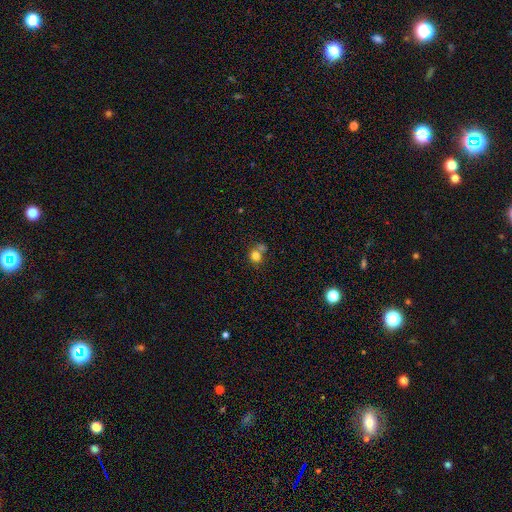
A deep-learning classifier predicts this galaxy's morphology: smooth 77%, star or artifact 13%, featured or disk 10%. Down the decision tree: how rounded — round (75%); merging — none (47%).